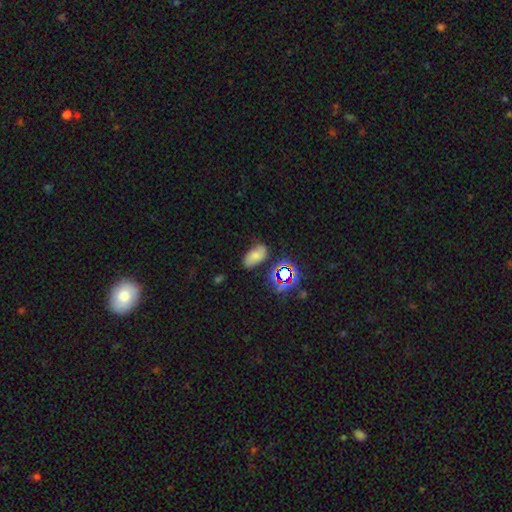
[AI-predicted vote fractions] Smooth or featured: smooth — 59% (star or artifact — 21%)
How rounded: in between — 90% (round — 7%)
Merging: none — 61% (minor disturbance — 26%)